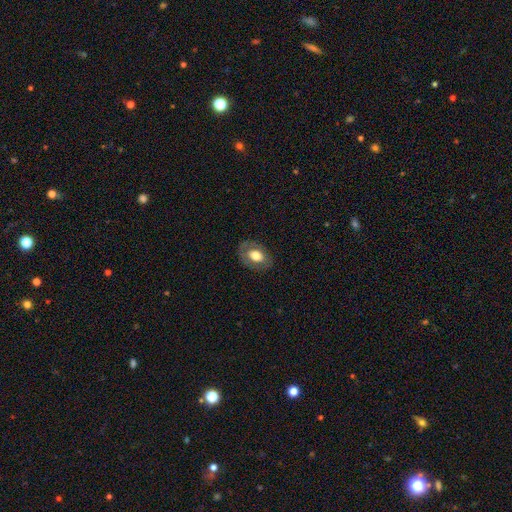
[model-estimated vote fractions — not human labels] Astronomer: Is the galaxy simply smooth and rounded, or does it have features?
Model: smooth — 64%.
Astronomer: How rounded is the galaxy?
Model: in between — 82%.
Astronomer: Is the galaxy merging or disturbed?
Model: none — 79%.